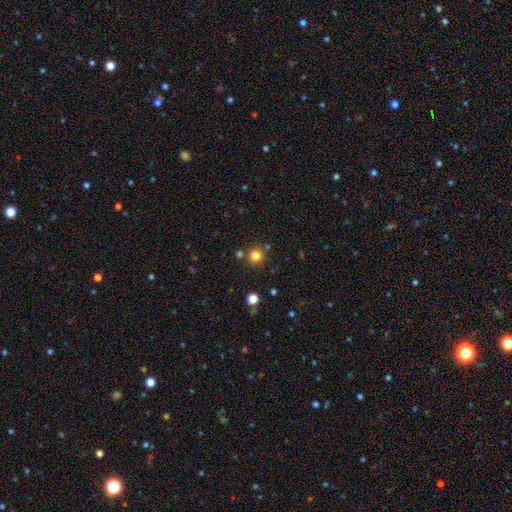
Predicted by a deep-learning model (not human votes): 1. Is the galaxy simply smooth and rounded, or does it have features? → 80% smooth, 14% star or artifact, 5% featured or disk.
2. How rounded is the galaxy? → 94% round, 5% in between, 1% cigar-shaped.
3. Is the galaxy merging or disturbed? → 82% none, 8% merger, 7% minor disturbance, 3% major disturbance.